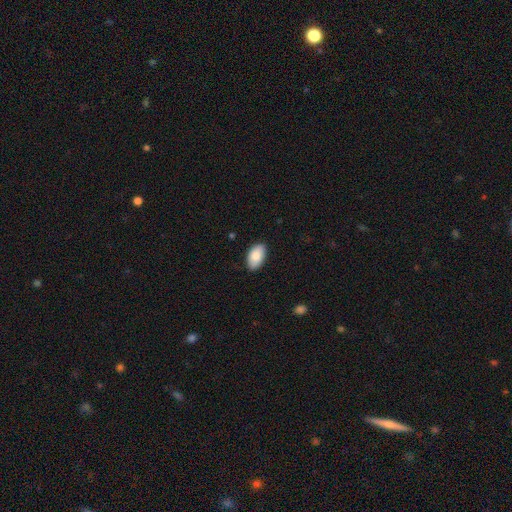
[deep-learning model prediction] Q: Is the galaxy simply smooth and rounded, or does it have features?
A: smooth — 87%.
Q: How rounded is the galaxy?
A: in between — 95%.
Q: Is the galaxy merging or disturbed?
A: none — 86%.